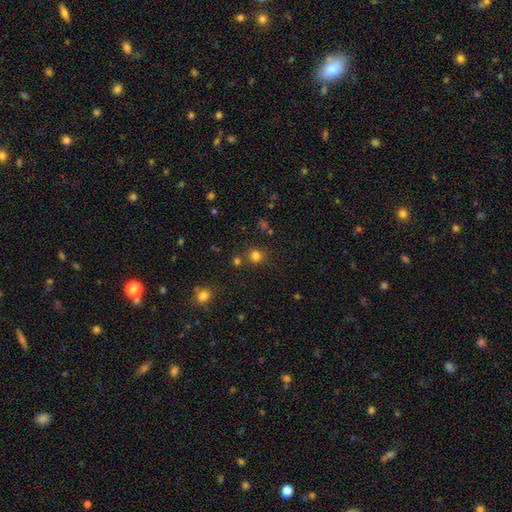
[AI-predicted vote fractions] This appears to be a smooth galaxy with no disk features (78%) that is round (87%). Merging: none (78%).